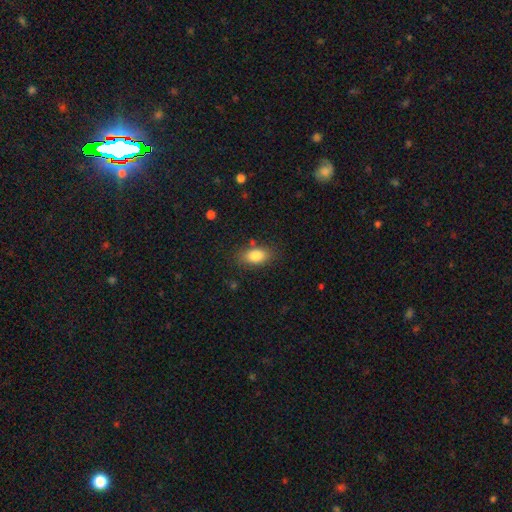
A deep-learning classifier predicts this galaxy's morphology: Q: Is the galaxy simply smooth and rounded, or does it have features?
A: smooth — 83%.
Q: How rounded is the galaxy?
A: in between — 85%.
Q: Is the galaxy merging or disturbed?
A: none — 80%.